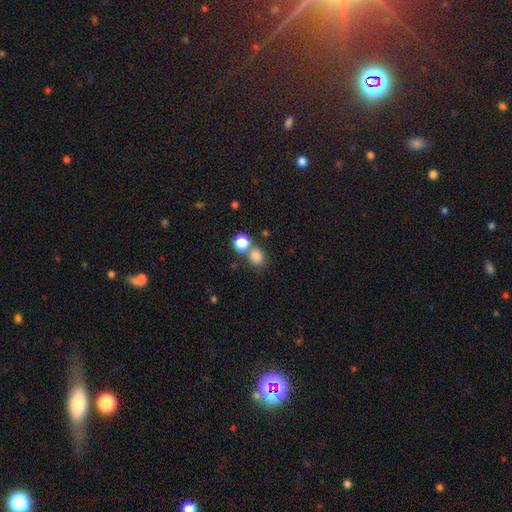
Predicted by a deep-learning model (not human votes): Q: Smooth or featured?
A: smooth (81%); runner-up: star or artifact (13%)
Q: How rounded?
A: round (73%); runner-up: in between (26%)
Q: Merging?
A: none (55%); runner-up: merger (32%)